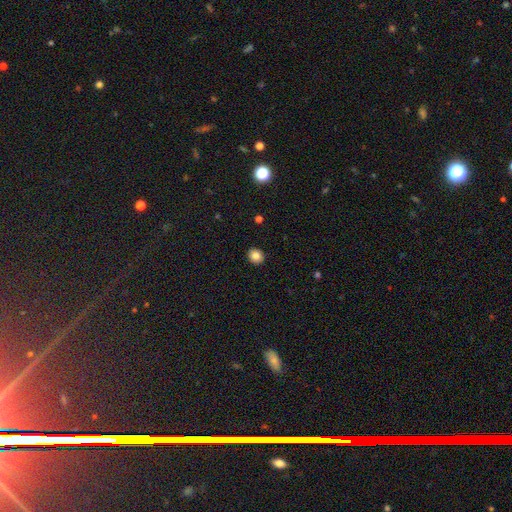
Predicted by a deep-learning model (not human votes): Q: Smooth or featured?
A: smooth (84%); runner-up: star or artifact (11%)
Q: How rounded?
A: round (75%); runner-up: in between (24%)
Q: Merging?
A: none (92%); runner-up: minor disturbance (6%)